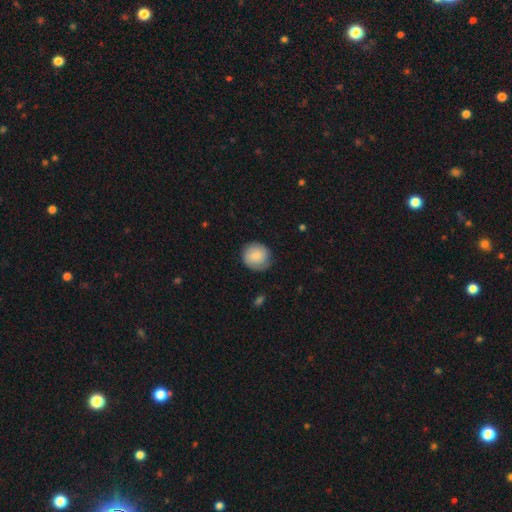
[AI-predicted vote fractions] Q: Smooth or featured?
A: smooth (76%); runner-up: featured or disk (17%)
Q: How rounded?
A: round (88%); runner-up: in between (11%)
Q: Merging?
A: none (81%); runner-up: minor disturbance (14%)